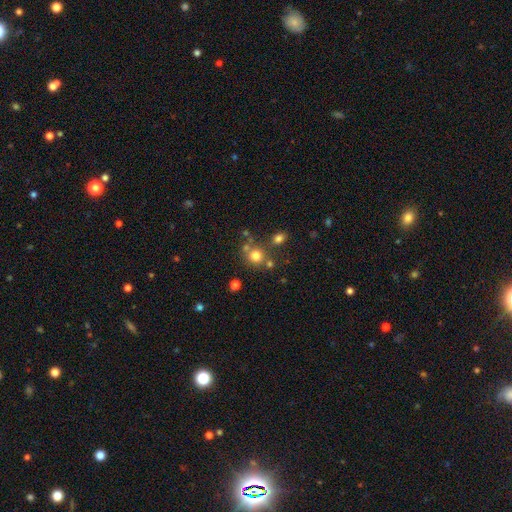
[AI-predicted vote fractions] Q: Smooth or featured?
A: smooth (75%); runner-up: star or artifact (16%)
Q: How rounded?
A: round (86%); runner-up: in between (13%)
Q: Merging?
A: none (66%); runner-up: merger (19%)